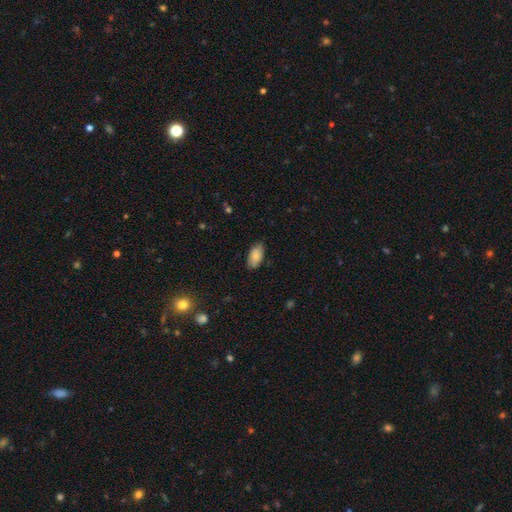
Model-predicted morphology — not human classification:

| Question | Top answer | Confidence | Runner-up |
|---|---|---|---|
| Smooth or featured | smooth | 82% | featured or disk (11%) |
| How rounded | in between | 94% | cigar-shaped (4%) |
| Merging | none | 79% | minor disturbance (17%) |